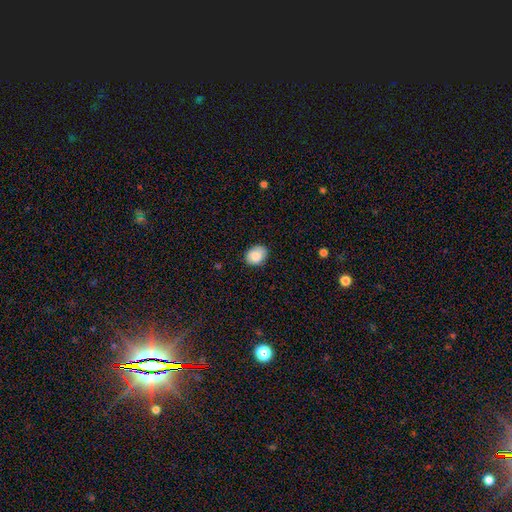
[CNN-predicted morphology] A smooth galaxy with no disk features (86%) that is in between round and cigar-shaped (61%). Merging: none (80%).